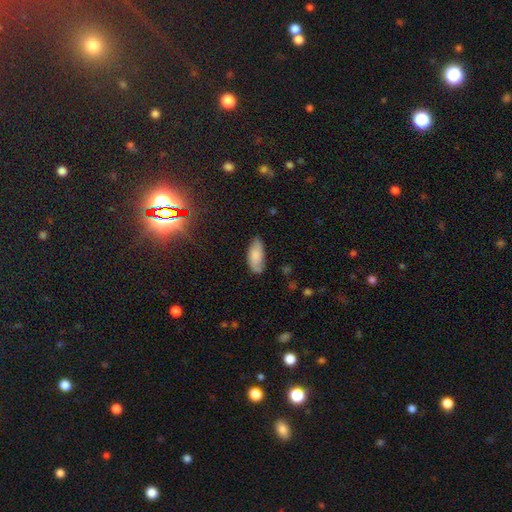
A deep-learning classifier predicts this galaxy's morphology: Smooth or featured? Predicted: smooth (p=0.73). How rounded? Predicted: in between (p=0.86). Merging? Predicted: none (p=0.69).